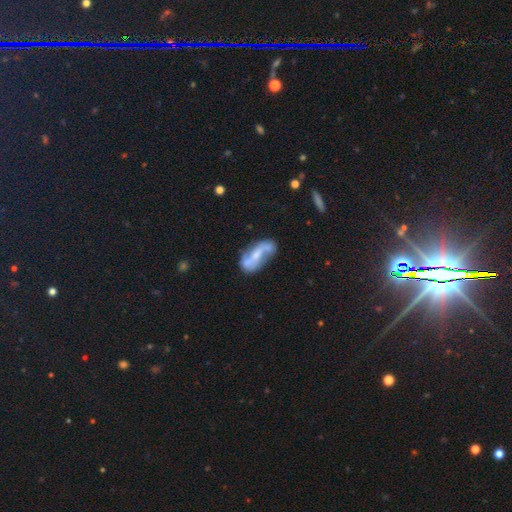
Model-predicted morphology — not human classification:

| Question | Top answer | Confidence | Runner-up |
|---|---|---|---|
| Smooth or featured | featured or disk | 67% | smooth (26%) |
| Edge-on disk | no | 92% | yes (8%) |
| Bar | no | 49% | weak (32%) |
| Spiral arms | yes | 69% | no (31%) |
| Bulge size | small | 41% | moderate (38%) |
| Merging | none | 46% | minor disturbance (21%) |